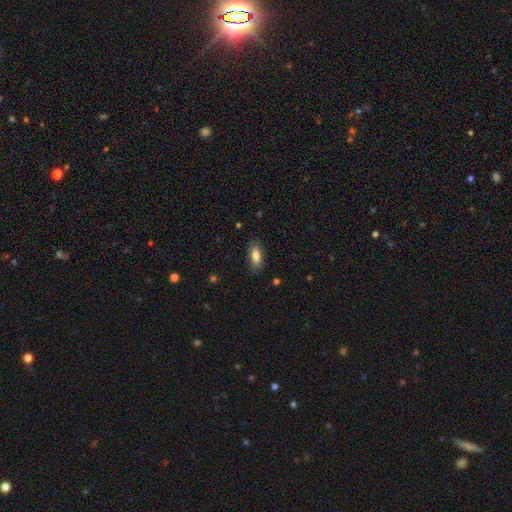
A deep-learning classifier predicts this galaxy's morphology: smooth 80%, featured or disk 13%, star or artifact 7%. Down the decision tree: how rounded — in between (77%); merging — none (81%).